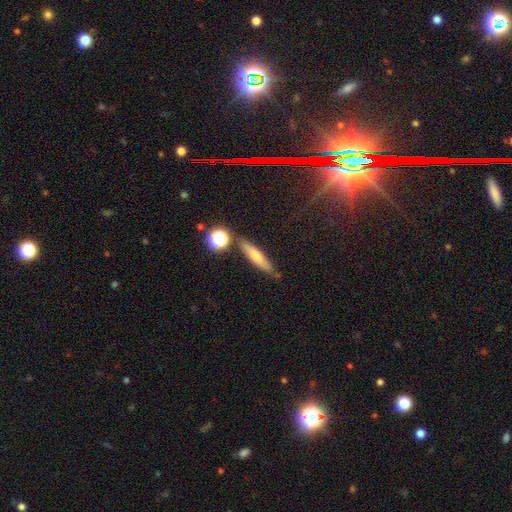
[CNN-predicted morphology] This is possibly a smooth galaxy (53%). How rounded: likely cigar-shaped (80%). Merging: likely none (78%).